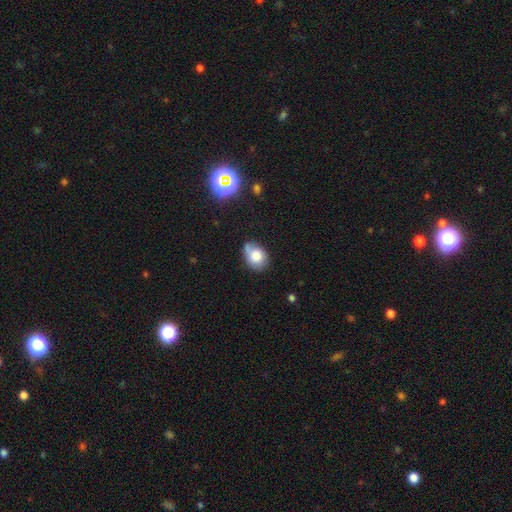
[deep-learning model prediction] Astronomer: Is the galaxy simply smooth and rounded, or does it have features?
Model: smooth — 70%.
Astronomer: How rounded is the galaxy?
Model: in between — 65%.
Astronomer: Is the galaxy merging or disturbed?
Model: none — 53% (runner-up: minor disturbance, 31%).